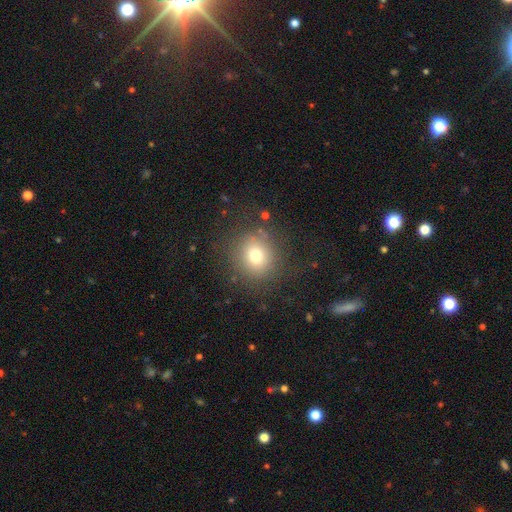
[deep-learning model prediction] This appears to be a smooth galaxy with no disk features (74%) that is round (86%). Merging: none (83%).